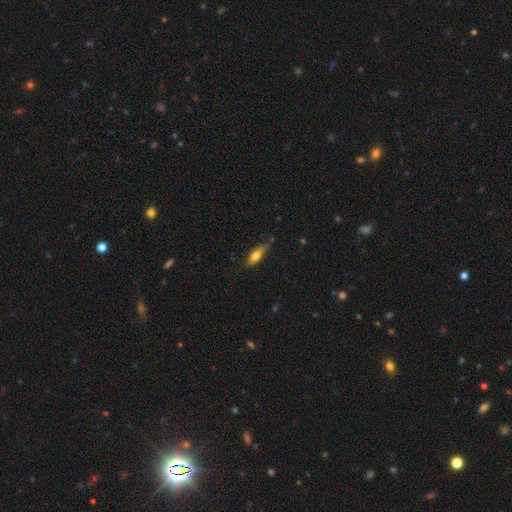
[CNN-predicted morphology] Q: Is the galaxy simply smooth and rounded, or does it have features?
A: smooth — 66%.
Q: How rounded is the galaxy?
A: cigar-shaped — 51%.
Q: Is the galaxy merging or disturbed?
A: none — 69%.